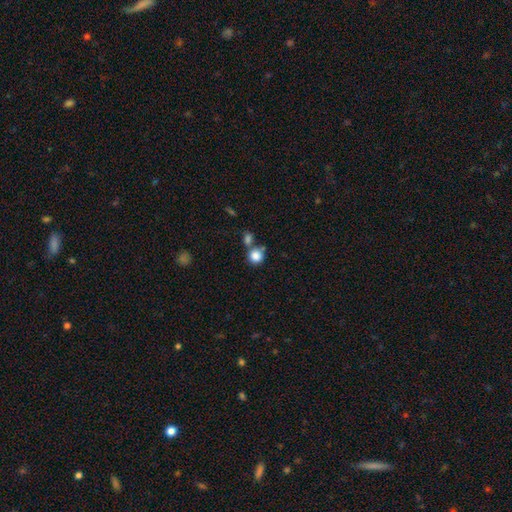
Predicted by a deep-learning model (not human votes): Smooth or featured: smooth — 85% (star or artifact — 10%)
How rounded: round — 88% (in between — 11%)
Merging: none — 55% (merger — 30%)